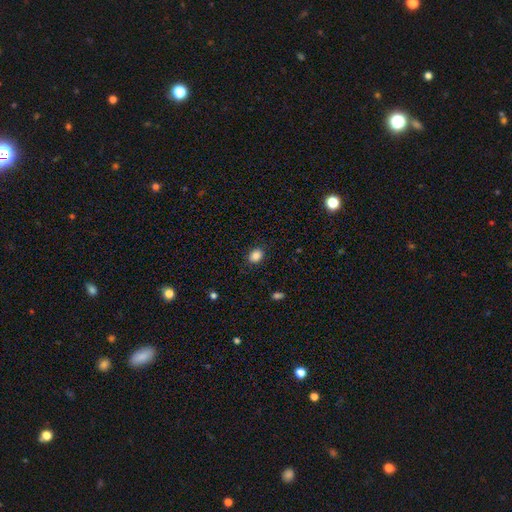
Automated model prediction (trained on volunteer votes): Overall: smooth (87%). How rounded: in between (58%; round 41%). Merging: none (87%).